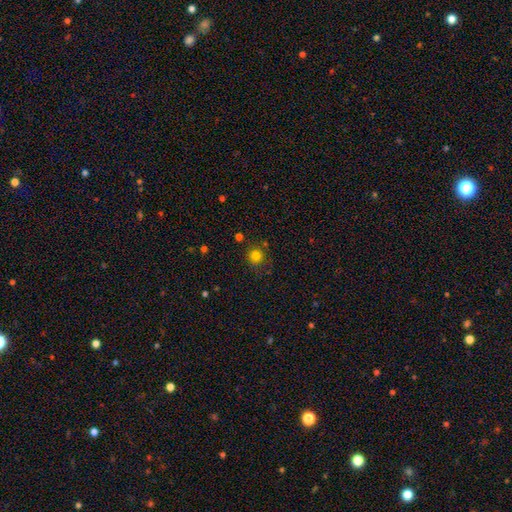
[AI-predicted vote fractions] A smooth galaxy with no disk features (81%) that is round (92%).

Vote fractions:
- Smooth or featured? smooth: 81% / star or artifact: 14% / featured or disk: 5%
- How rounded? round: 92% / in between: 7% / cigar-shaped: 1%
- Merging? none: 81% / minor disturbance: 11% / merger: 4% / major disturbance: 4%